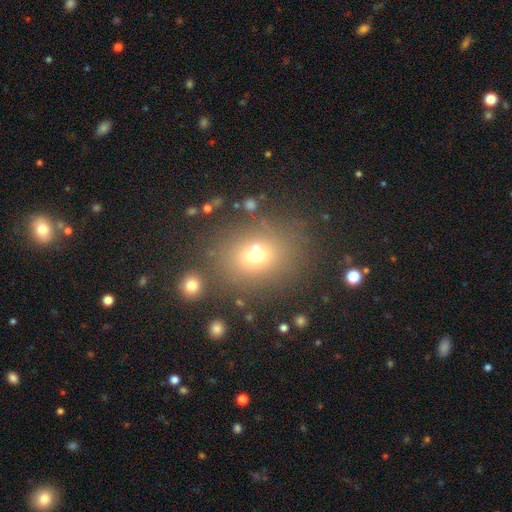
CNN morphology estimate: smooth 67%, star or artifact 21%, featured or disk 13%. Down the decision tree: how rounded — round (61%); merging — none (74%).